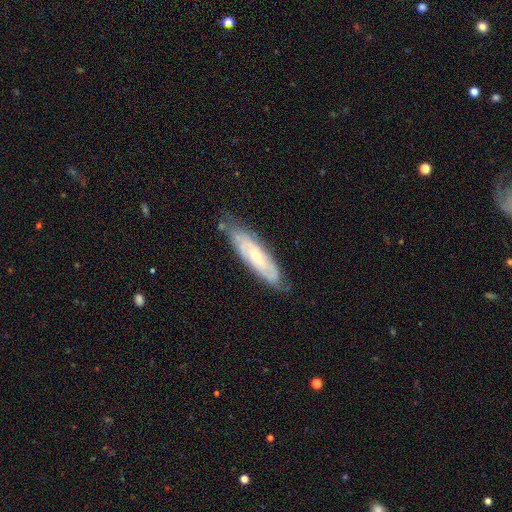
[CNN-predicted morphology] This appears to be a featured or disk galaxy (72%) with no bar (65%), spiral arms (84%) and a small central bulge (54%). Merging: none (71%).